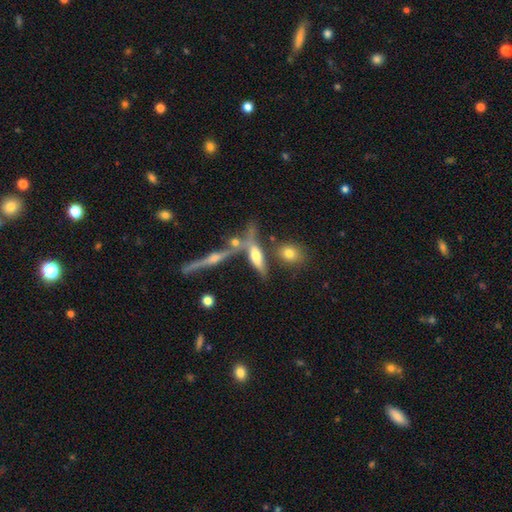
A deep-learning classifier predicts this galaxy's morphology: type=smooth (45%, tied with featured or disk); merging=none (52%).